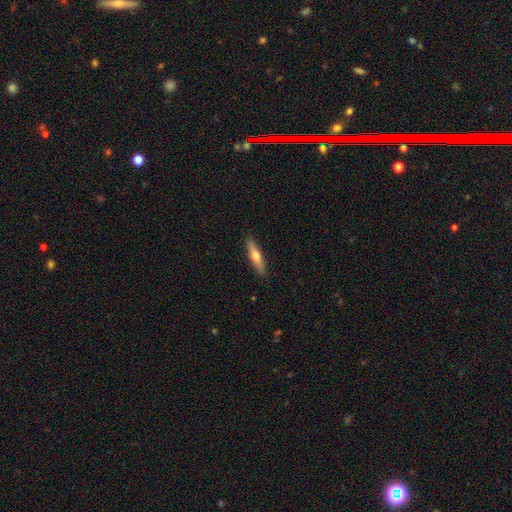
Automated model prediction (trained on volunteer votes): Smooth or featured: smooth — 54% (featured or disk — 40%)
How rounded: cigar-shaped — 79% (in between — 19%)
Merging: none — 90% (minor disturbance — 7%)